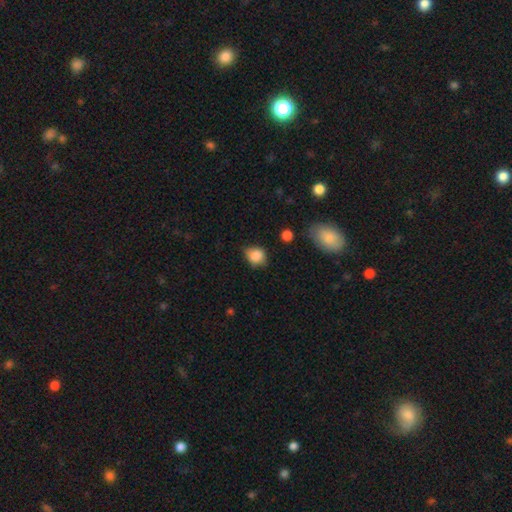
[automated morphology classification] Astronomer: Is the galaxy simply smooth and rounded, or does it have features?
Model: smooth — 84%.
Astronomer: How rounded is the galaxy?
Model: round — 59% (runner-up: in between, 40%).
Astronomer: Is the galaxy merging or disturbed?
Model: none — 62%.